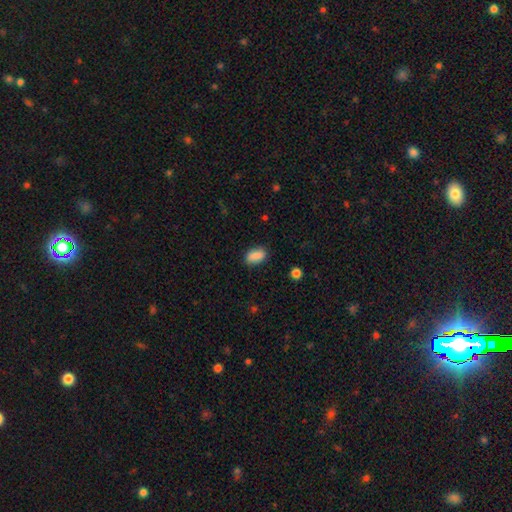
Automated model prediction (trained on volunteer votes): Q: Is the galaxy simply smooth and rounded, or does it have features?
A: smooth — 87%.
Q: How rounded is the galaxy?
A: in between — 88%.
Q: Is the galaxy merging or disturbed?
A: none — 83%.